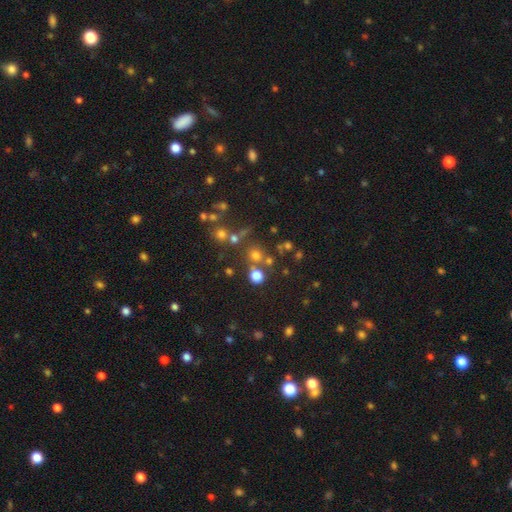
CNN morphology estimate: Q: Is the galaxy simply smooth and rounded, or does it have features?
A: smooth — 59%.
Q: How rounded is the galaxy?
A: round — 88%.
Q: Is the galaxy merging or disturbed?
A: none — 69%.